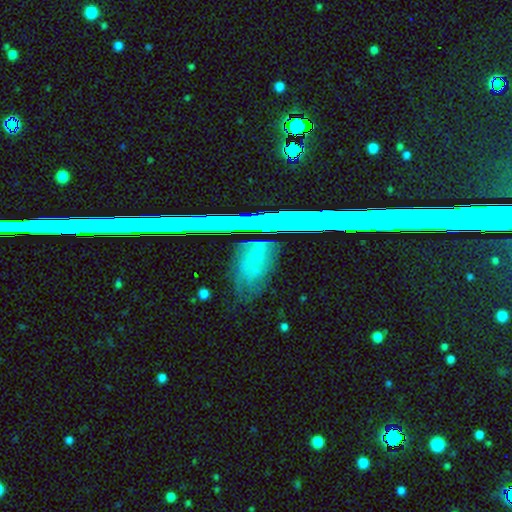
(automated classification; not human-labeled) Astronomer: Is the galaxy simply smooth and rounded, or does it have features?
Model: star or artifact — 55%.